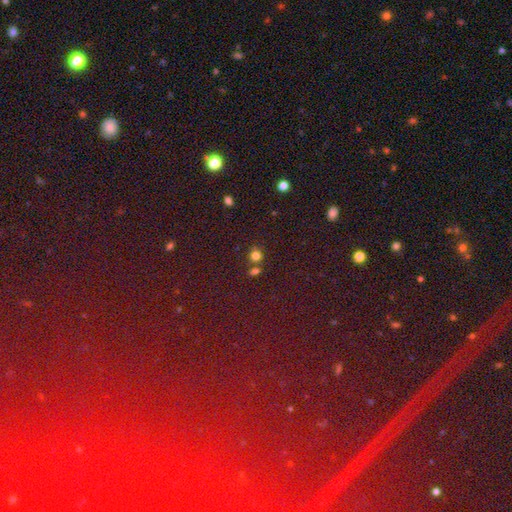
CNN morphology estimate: A smooth galaxy with no disk features (74%) that is round (78%). Merging: none (68%).